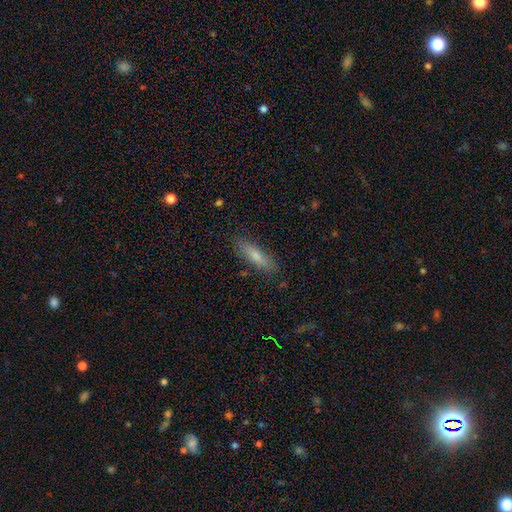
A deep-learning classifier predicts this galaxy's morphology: smooth_or_featured: smooth (p=0.67) [alt: featured or disk p=0.24]
how_rounded: cigar-shaped (p=0.68) [alt: in between p=0.30]
merging: none (p=0.85) [alt: minor disturbance p=0.11]